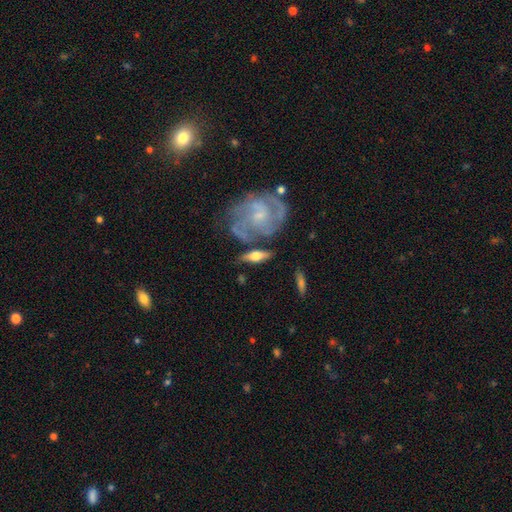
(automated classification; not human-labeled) Smooth or featured? featured or disk (56%)
Edge-on disk? yes (55%)
Merging? none (65%)